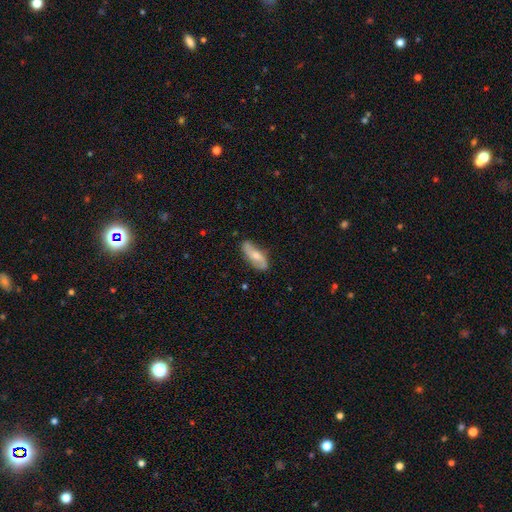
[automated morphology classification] Smooth or featured? featured or disk (51%)
Edge-on disk? no (85%)
Merging? none (73%)